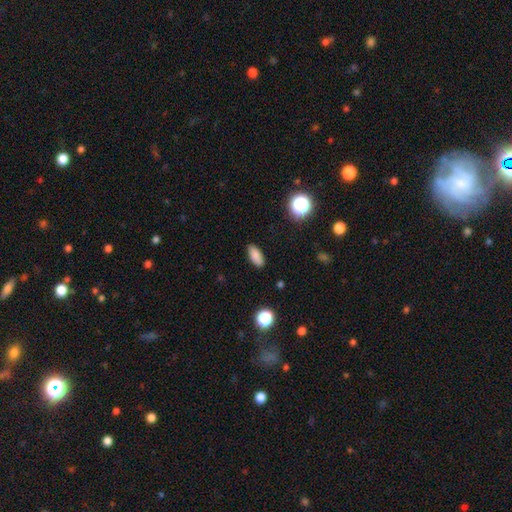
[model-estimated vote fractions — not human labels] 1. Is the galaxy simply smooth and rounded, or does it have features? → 85% smooth, 10% star or artifact, 5% featured or disk.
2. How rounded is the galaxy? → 84% in between, 12% cigar-shaped, 4% round.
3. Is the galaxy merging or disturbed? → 88% none, 9% minor disturbance, 2% major disturbance, 1% merger.